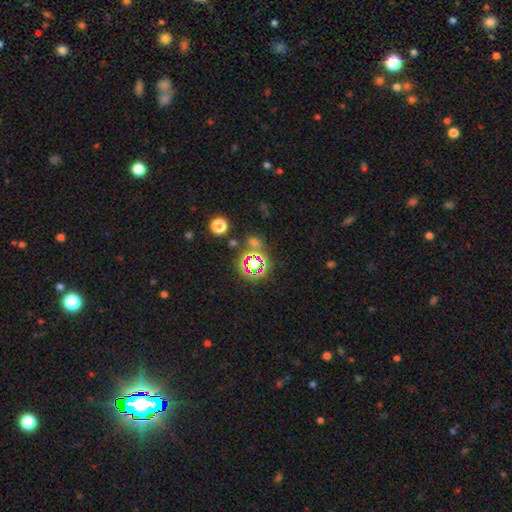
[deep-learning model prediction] This appears to be a star or artifact, not a galaxy (70%).